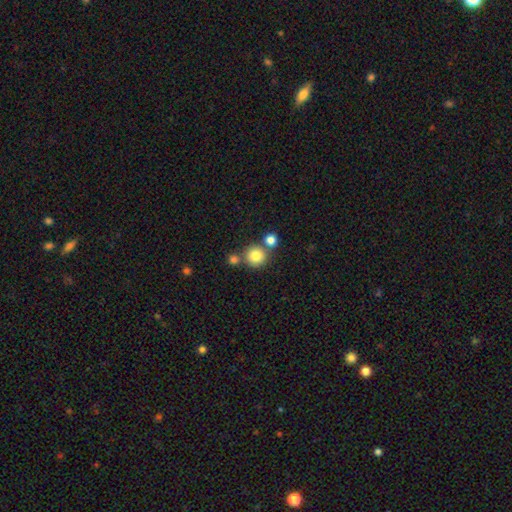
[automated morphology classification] Smooth or featured: smooth — 81% (star or artifact — 11%)
How rounded: round — 92% (in between — 7%)
Merging: none — 66% (merger — 23%)